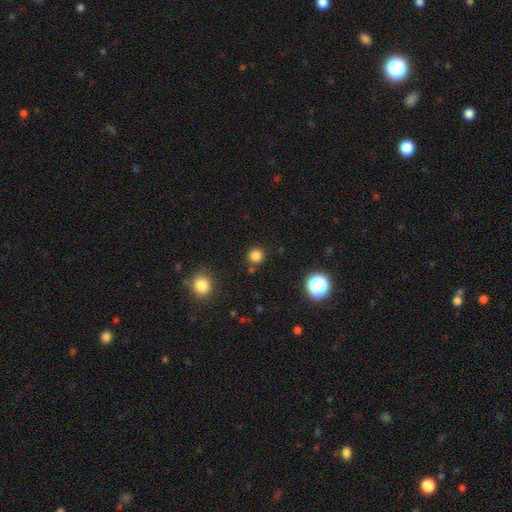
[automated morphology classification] smooth 81%, star or artifact 15%, featured or disk 4%. Down the decision tree: how rounded — round (93%); merging — none (86%).